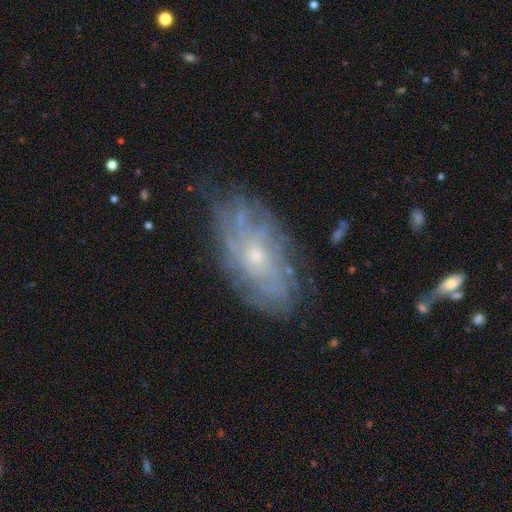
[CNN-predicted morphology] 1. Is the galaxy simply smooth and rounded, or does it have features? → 71% featured or disk, 20% smooth, 8% star or artifact.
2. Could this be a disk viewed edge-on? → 91% no, 9% yes.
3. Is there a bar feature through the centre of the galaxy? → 80% no, 17% weak, 3% strong.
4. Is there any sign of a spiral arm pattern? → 77% yes, 23% no.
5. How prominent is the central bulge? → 64% small, 31% moderate, 2% none, 2% large, 1% dominant.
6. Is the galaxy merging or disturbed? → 71% none, 20% minor disturbance, 7% major disturbance, 2% merger.